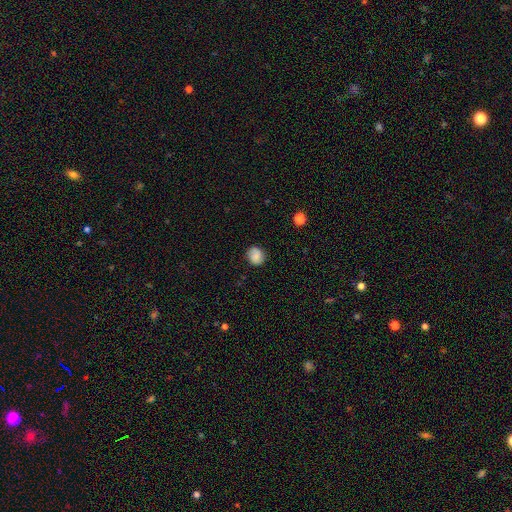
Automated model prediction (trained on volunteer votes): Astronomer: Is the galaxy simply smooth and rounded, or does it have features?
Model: smooth — 75%.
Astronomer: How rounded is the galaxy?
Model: round — 75%.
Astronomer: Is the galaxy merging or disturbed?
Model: none — 83%.